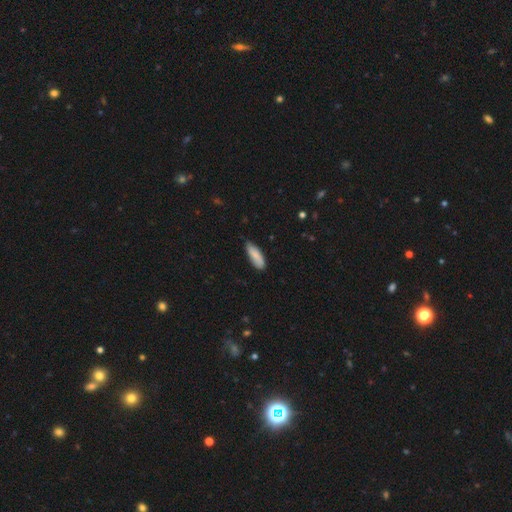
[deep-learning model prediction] Smooth or featured? smooth (84%)
How rounded? in between (60%)
Merging? none (75%)